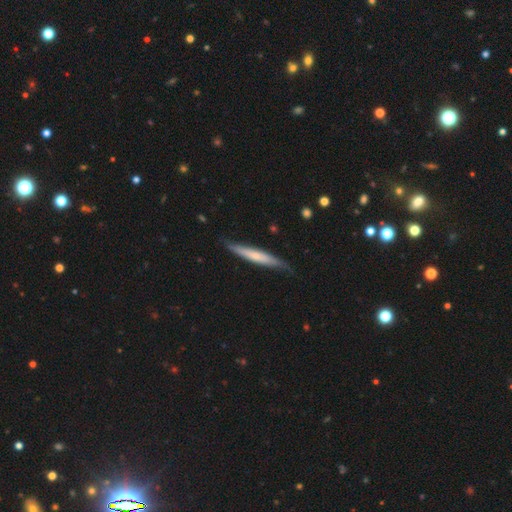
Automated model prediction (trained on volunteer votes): A smooth galaxy with no disk features (53%) that is cigar-shaped (94%). Merging: none (78%).